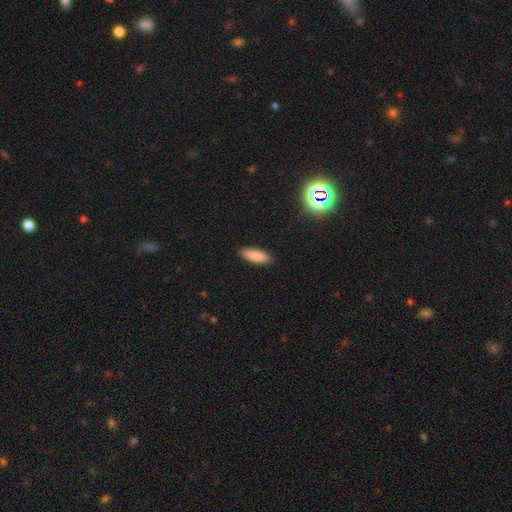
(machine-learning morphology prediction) This is clearly a smooth galaxy (87%). How rounded: likely in between (68%). Merging: clearly none (88%).